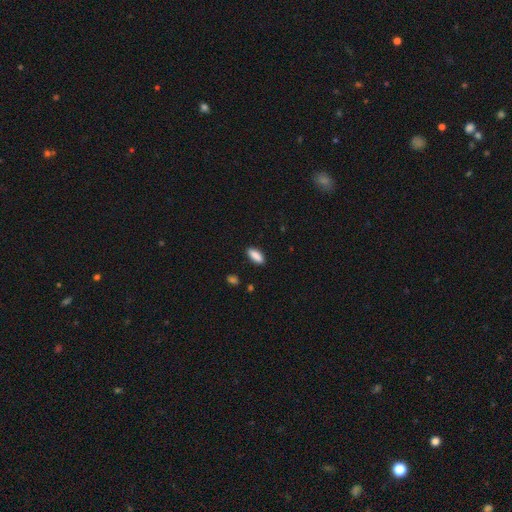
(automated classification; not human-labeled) Smooth or featured? Predicted: smooth (p=0.89). How rounded? Predicted: in between (p=0.76). Merging? Predicted: none (p=0.88).